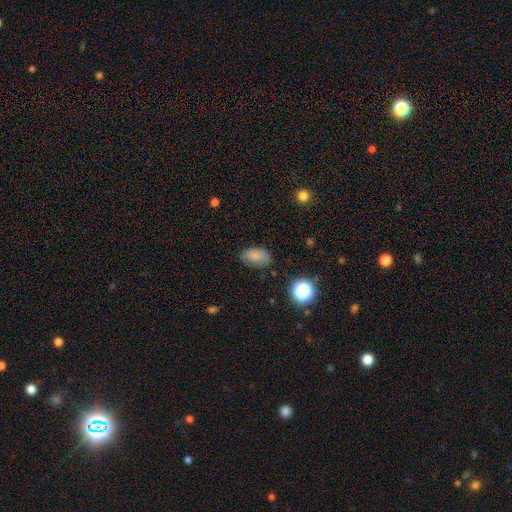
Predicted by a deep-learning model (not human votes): smooth_or_featured: smooth (p=0.79) [alt: star or artifact p=0.12]
how_rounded: in between (p=0.90) [alt: round p=0.08]
merging: none (p=0.73) [alt: minor disturbance p=0.20]